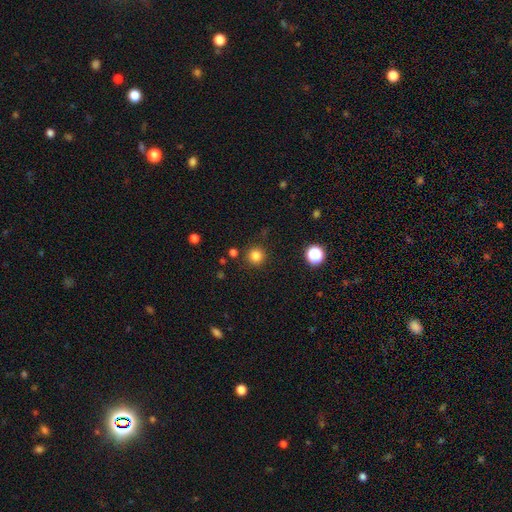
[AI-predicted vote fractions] Morphology: type=smooth (82%); roundness=round (95%); merging=none (88%).